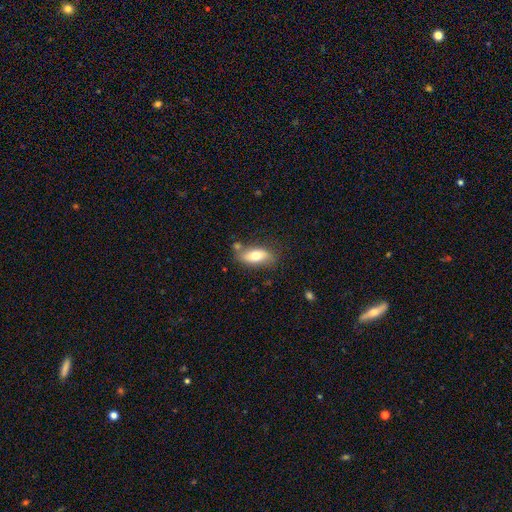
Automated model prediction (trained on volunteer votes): smooth 70%, featured or disk 23%, star or artifact 7%. Down the decision tree: how rounded — in between (82%); merging — none (70%).